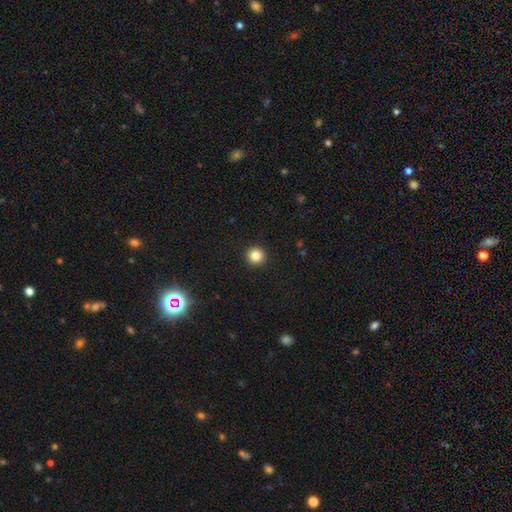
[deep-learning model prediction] Q: Smooth or featured?
A: smooth (83%); runner-up: star or artifact (12%)
Q: How rounded?
A: round (96%); runner-up: in between (3%)
Q: Merging?
A: none (94%); runner-up: minor disturbance (4%)